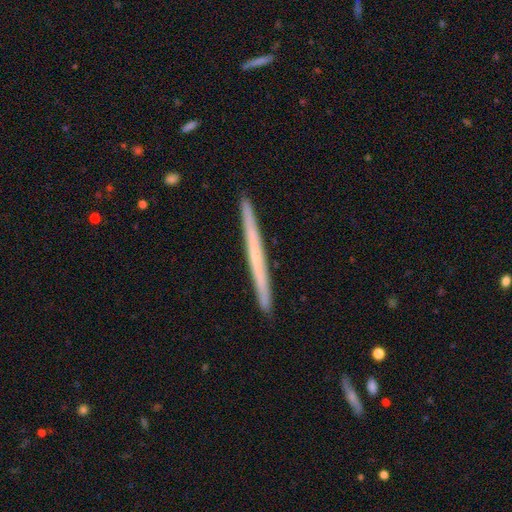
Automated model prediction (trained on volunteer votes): Smooth or featured: featured or disk — 53% (smooth — 42%)
Edge-on disk: yes — 98% (no — 2%)
Edge-on bulge: none — 86% (rounded — 11%)
Merging: none — 93% (minor disturbance — 5%)